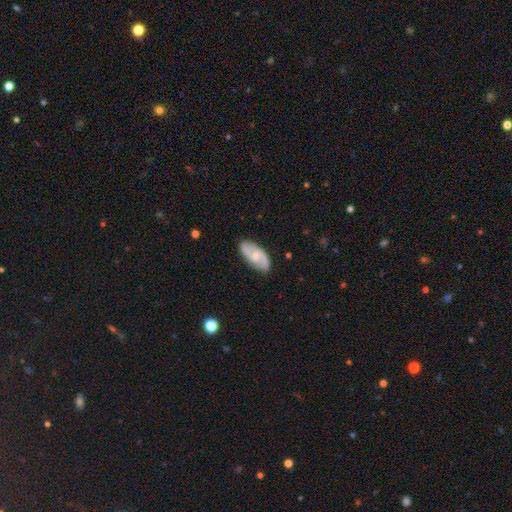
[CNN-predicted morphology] This appears to be a featured or disk galaxy (68%) with no bar (52%), 2 (80%) medium (43%) spiral arms (86%) and a small central bulge (51%). Merging: none (80%).